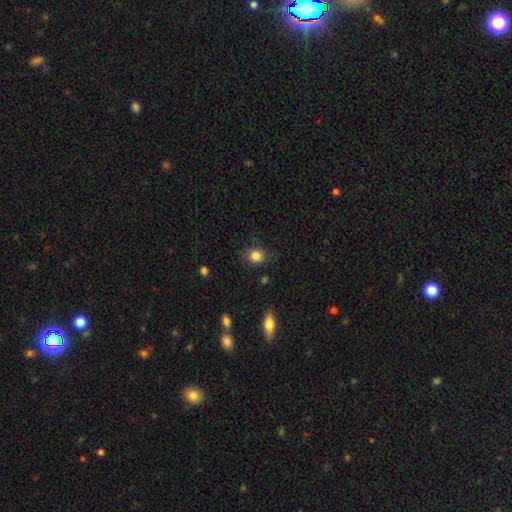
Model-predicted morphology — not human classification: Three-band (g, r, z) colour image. It shows a smooth galaxy with no disk features (85%) that is round (78%). Merging: none (76%).